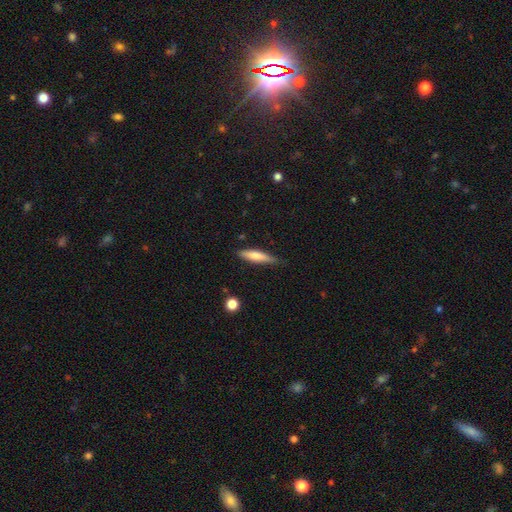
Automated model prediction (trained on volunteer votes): Smooth or featured: smooth — 69% (featured or disk — 25%)
How rounded: cigar-shaped — 80% (in between — 19%)
Merging: none — 76% (minor disturbance — 19%)